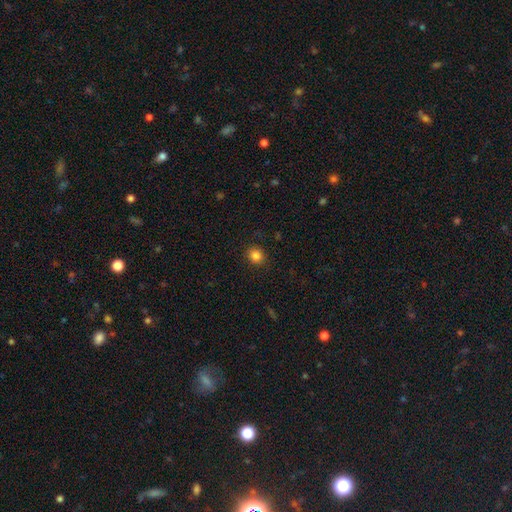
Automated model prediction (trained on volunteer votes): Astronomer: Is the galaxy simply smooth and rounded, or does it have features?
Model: smooth — 84%.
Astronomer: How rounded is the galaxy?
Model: round — 81%.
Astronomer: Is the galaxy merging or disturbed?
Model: none — 89%.